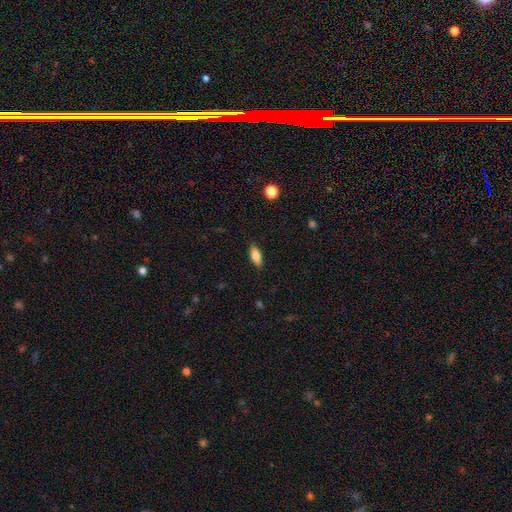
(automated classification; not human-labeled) Smooth or featured?
  - smooth: 75% *
  - featured or disk: 17%
  - star or artifact: 8%
How rounded?
  - in between: 79% *
  - cigar-shaped: 18%
  - round: 3%
Merging?
  - none: 86% *
  - minor disturbance: 11%
  - major disturbance: 2%
  - merger: 1%